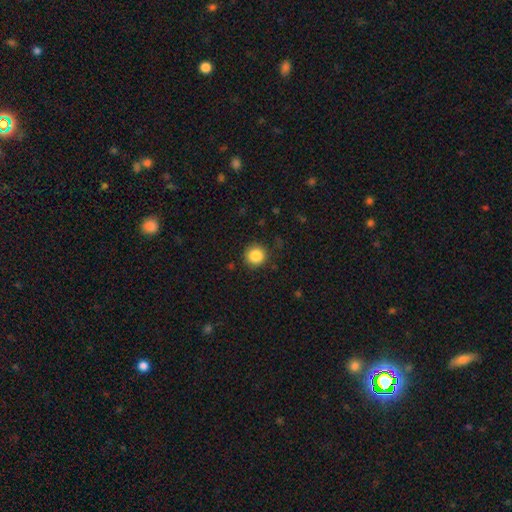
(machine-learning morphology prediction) Smooth or featured: smooth — 85% (star or artifact — 10%)
How rounded: round — 94% (in between — 5%)
Merging: none — 89% (minor disturbance — 8%)